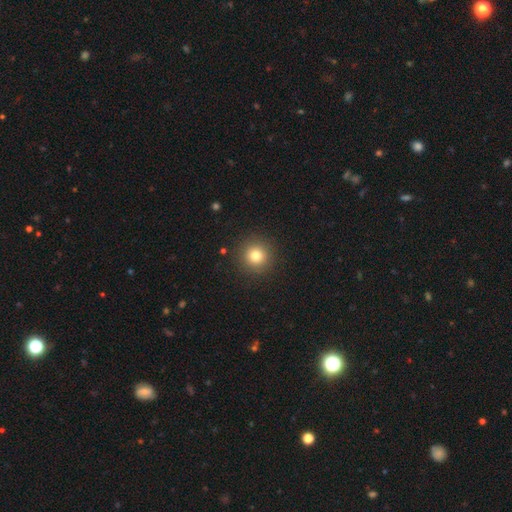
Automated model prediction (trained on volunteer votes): smooth 79%, star or artifact 13%, featured or disk 8%. Down the decision tree: how rounded — round (95%); merging — none (91%).